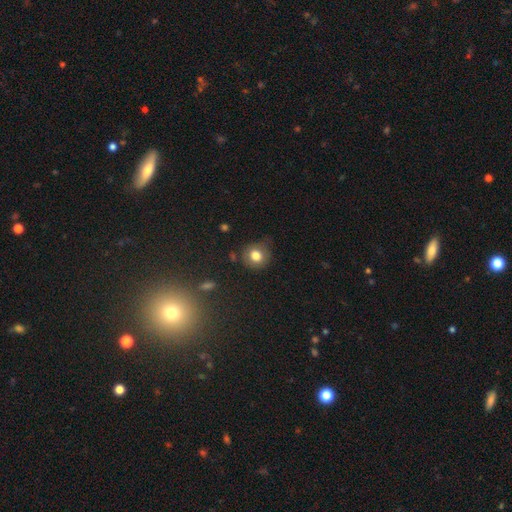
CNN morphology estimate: The model was most divided on "merging": none: 69%, minor disturbance: 22%, major disturbance: 6%, merger: 3%. More confident: how rounded — round (83%); smooth or featured — smooth (79%).